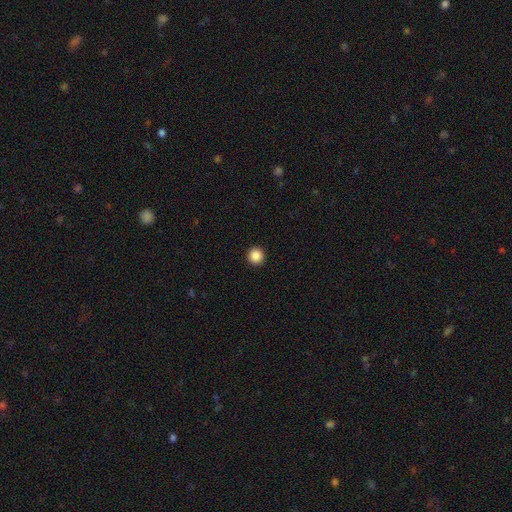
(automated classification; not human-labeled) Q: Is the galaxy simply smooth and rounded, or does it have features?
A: smooth — 87%.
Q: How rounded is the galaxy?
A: round — 96%.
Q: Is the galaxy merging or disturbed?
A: none — 94%.